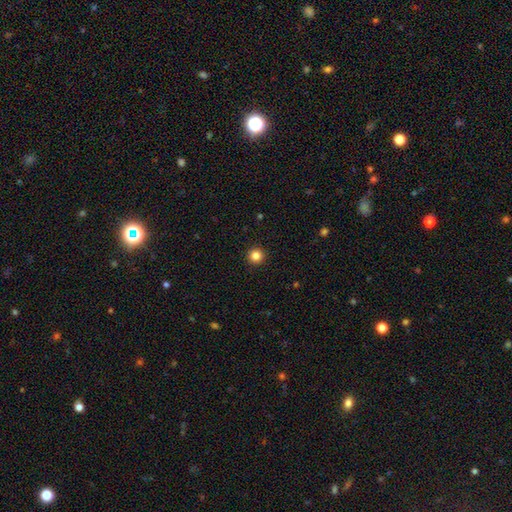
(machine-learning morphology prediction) smooth 84%, star or artifact 12%, featured or disk 4%. Down the decision tree: how rounded — round (96%); merging — none (93%).